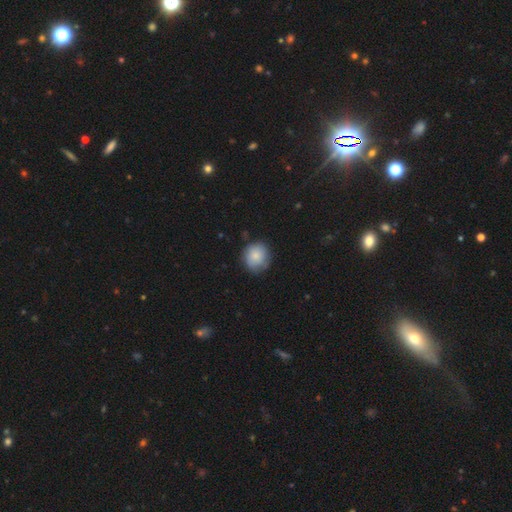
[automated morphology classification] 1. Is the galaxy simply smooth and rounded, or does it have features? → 83% smooth, 10% featured or disk, 7% star or artifact.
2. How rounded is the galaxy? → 85% round, 14% in between, 1% cigar-shaped.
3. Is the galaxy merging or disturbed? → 75% none, 20% minor disturbance, 4% major disturbance, 2% merger.